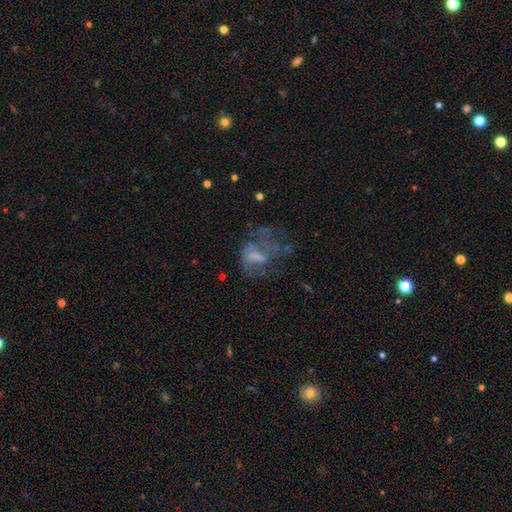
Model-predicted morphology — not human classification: Smooth or featured? Predicted: featured or disk (p=0.52). Edge-on disk? Predicted: no (p=0.96). Merging? Predicted: major disturbance (p=0.47).